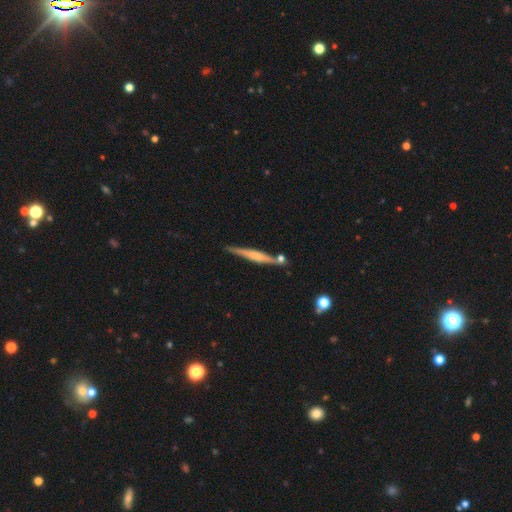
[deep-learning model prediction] featured or disk 58%, smooth 36%, star or artifact 6%. Down the decision tree: edge-on disk — yes (97%); edge-on bulge — rounded (42%); merging — none (78%).